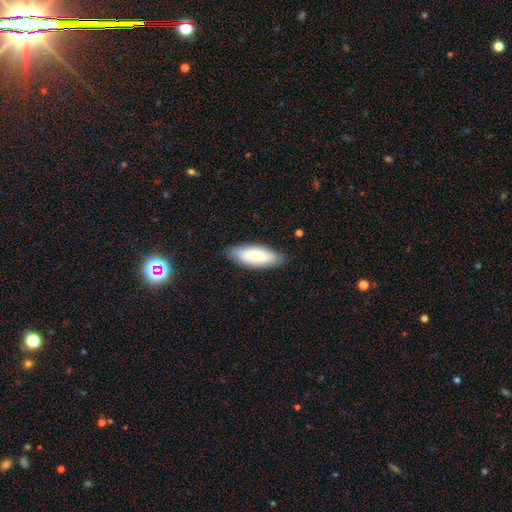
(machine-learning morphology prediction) Smooth or featured: smooth — 70% (featured or disk — 24%)
How rounded: in between — 77% (cigar-shaped — 21%)
Merging: none — 84% (minor disturbance — 13%)